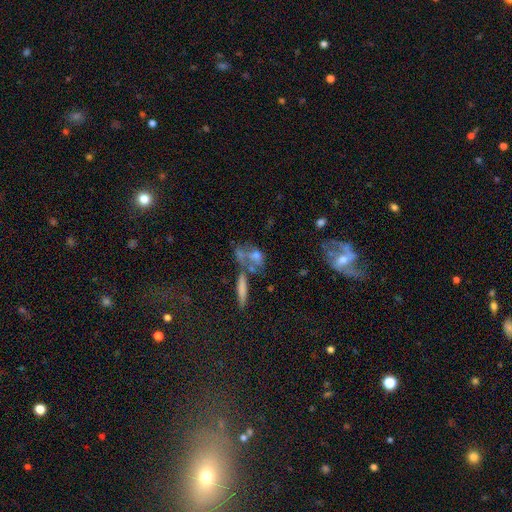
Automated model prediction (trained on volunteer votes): smooth-or-featured: smooth: 53% | featured or disk: 34% | star or artifact: 13%
  how-rounded: in between: 62% | round: 20% | cigar-shaped: 18%
  merging: merger: 42% | none: 30% | major disturbance: 15% | minor disturbance: 13%